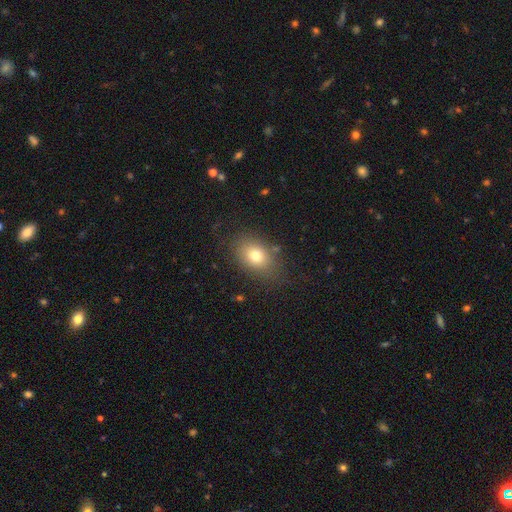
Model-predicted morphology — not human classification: Smooth or featured? Predicted: smooth (p=0.76). How rounded? Predicted: in between (p=0.74). Merging? Predicted: none (p=0.78).